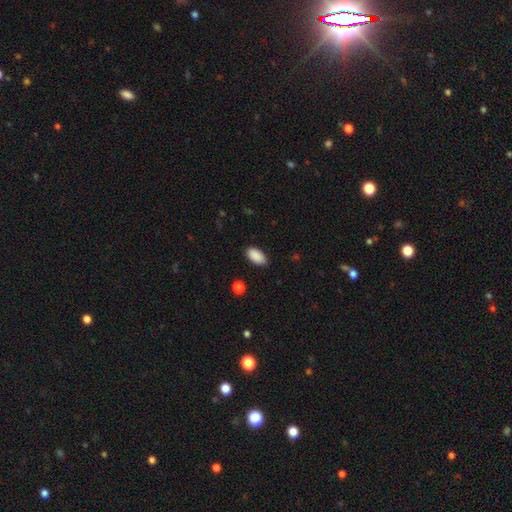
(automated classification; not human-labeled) Smooth or featured? Predicted: smooth (p=0.90). How rounded? Predicted: in between (p=0.95). Merging? Predicted: none (p=0.87).